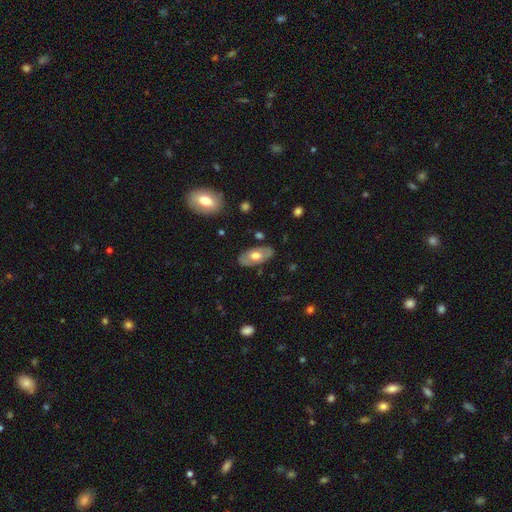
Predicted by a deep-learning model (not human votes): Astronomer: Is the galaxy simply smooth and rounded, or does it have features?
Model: smooth — 52% (runner-up: featured or disk, 42%).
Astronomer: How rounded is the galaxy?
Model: in between — 92%.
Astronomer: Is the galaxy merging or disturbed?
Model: none — 82%.